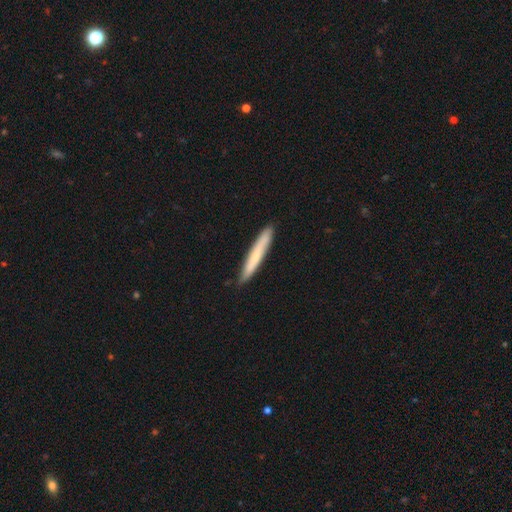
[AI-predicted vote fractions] smooth 67%, featured or disk 28%, star or artifact 6%. Down the decision tree: how rounded — cigar-shaped (95%); merging — none (88%).